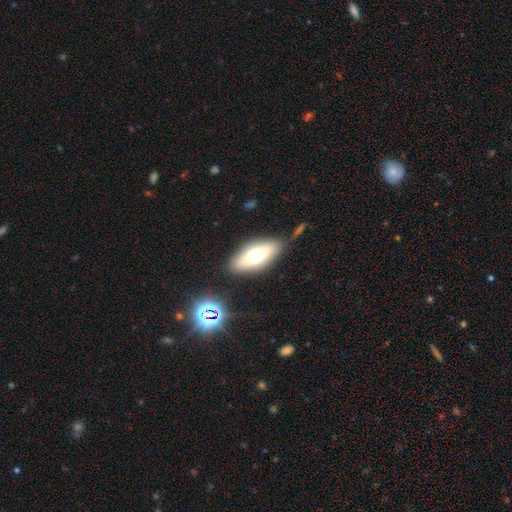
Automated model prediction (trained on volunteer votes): Smooth or featured?
  - smooth: 62% *
  - featured or disk: 29%
  - star or artifact: 9%
How rounded?
  - in between: 80% *
  - cigar-shaped: 15%
  - round: 4%
Merging?
  - none: 81% *
  - minor disturbance: 11%
  - major disturbance: 4%
  - merger: 4%